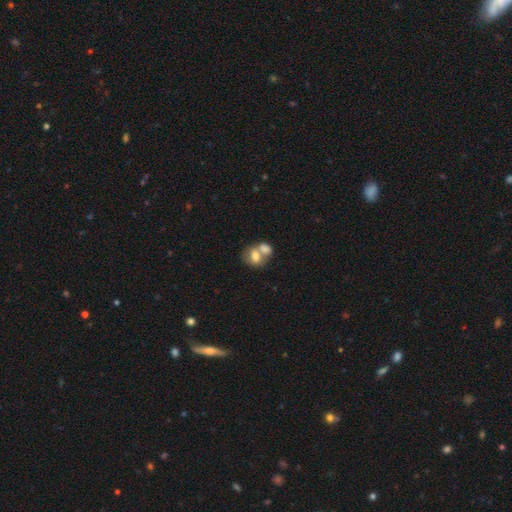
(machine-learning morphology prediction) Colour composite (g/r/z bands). It shows a smooth galaxy with no disk features (71%) that is in between round and cigar-shaped (59%). Merging: merger (65%).